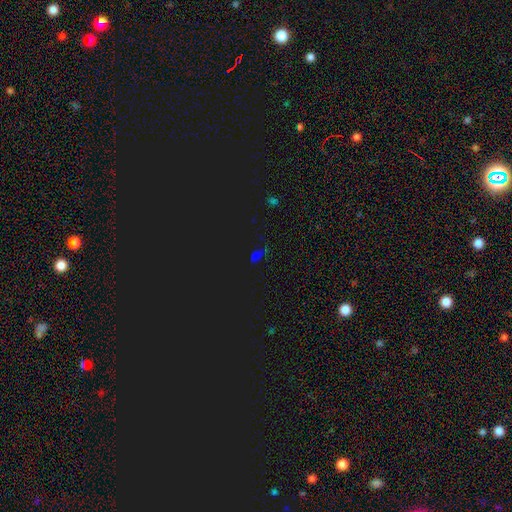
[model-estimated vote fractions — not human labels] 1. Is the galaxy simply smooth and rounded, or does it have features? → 60% star or artifact, 32% smooth, 8% featured or disk.